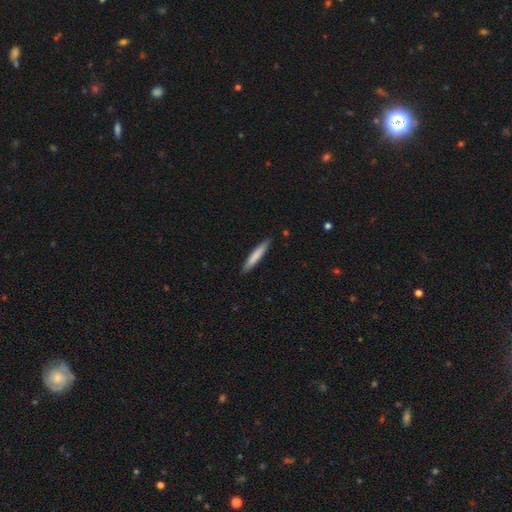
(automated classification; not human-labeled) Smooth or featured?
  - smooth: 78% *
  - featured or disk: 16%
  - star or artifact: 5%
How rounded?
  - cigar-shaped: 92% *
  - in between: 7%
  - round: 1%
Merging?
  - none: 89% *
  - minor disturbance: 8%
  - major disturbance: 1%
  - merger: 1%